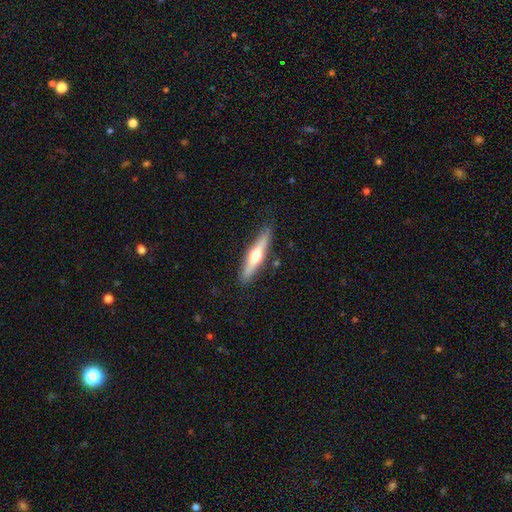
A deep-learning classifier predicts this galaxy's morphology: Smooth or featured?
  - featured or disk: 59% *
  - smooth: 36%
  - star or artifact: 5%
Edge-on disk?
  - yes: 96% *
  - no: 4%
Edge-on bulge?
  - rounded: 93% *
  - none: 4%
  - boxy: 4%
Merging?
  - none: 88% *
  - minor disturbance: 9%
  - major disturbance: 2%
  - merger: 1%